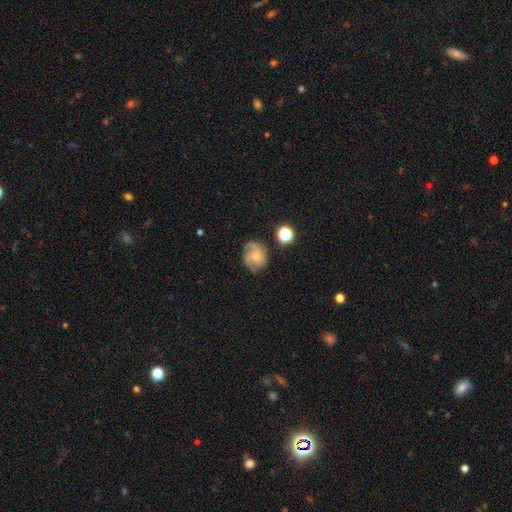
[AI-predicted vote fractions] Smooth or featured?
  - featured or disk: 70% *
  - smooth: 21%
  - star or artifact: 9%
Edge-on disk?
  - no: 98% *
  - yes: 2%
Bar?
  - no: 77% *
  - weak: 21%
  - strong: 3%
Spiral arms?
  - yes: 93% *
  - no: 7%
Spiral winding?
  - tight: 49% *
  - medium: 39%
  - loose: 12%
Spiral arm count?
  - 3: 45% *
  - can't tell: 20%
  - 2: 17%
  - 4: 9%
  - 1: 5%
  - more than 4: 4%
Bulge size?
  - small: 59% *
  - moderate: 34%
  - none: 4%
  - large: 2%
  - dominant: 1%
Merging?
  - none: 70% *
  - minor disturbance: 20%
  - major disturbance: 7%
  - merger: 3%